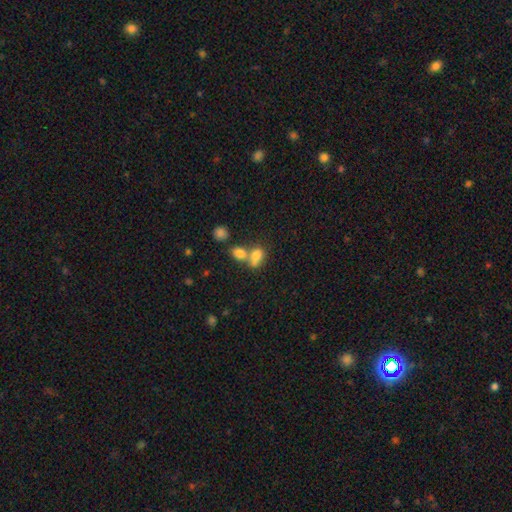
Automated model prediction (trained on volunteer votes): Morphology: type=smooth (76%); roundness=in between (71%); merging=merger (60%).